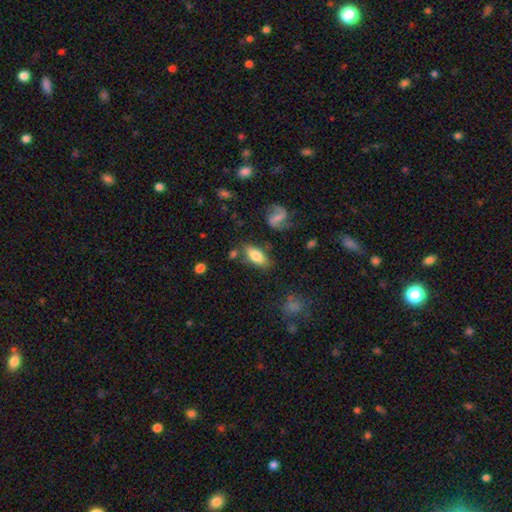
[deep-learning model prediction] smooth_or_featured: smooth (p=0.76) [alt: featured or disk p=0.16]
how_rounded: in between (p=0.83) [alt: cigar-shaped p=0.13]
merging: none (p=0.73) [alt: minor disturbance p=0.16]